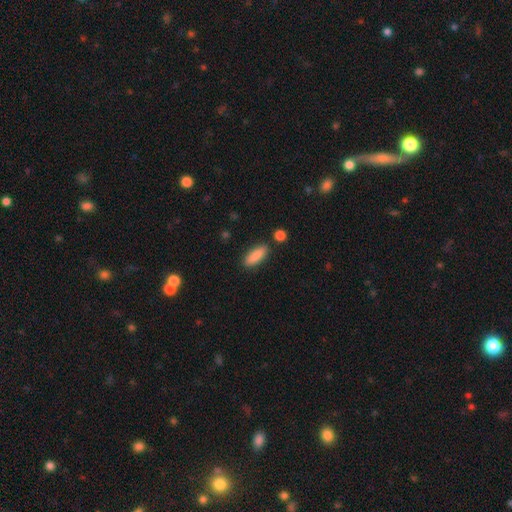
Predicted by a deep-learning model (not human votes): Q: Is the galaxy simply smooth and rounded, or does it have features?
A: smooth — 88%.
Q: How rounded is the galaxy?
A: in between — 56%.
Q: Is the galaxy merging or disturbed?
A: none — 84%.